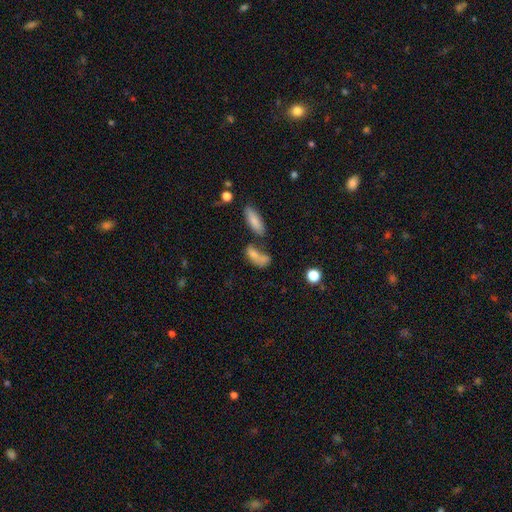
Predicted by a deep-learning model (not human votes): This is likely a smooth galaxy (72%). How rounded: likely in between (75%). Merging: marginally merger (45%).